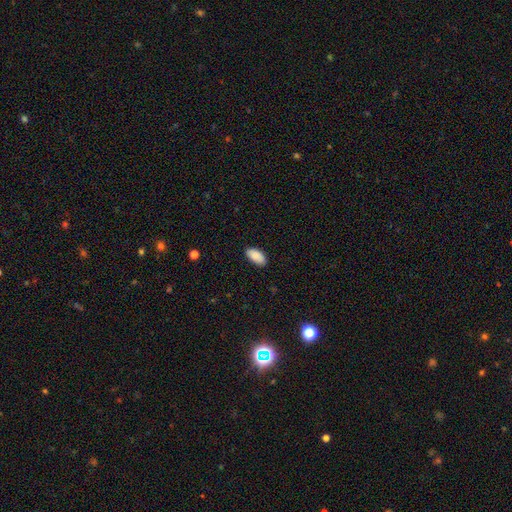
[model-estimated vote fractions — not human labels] Smooth or featured? Predicted: smooth (p=0.89). How rounded? Predicted: in between (p=0.95). Merging? Predicted: none (p=0.85).